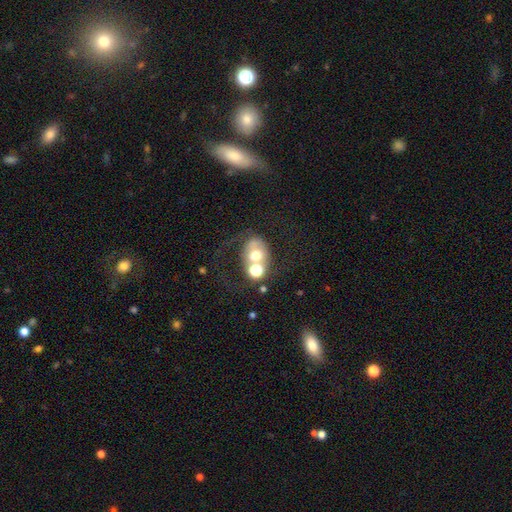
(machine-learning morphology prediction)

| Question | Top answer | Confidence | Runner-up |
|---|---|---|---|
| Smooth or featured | smooth | 52% | featured or disk (33%) |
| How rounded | round | 59% | in between (40%) |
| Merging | merger | 45% | none (26%) |